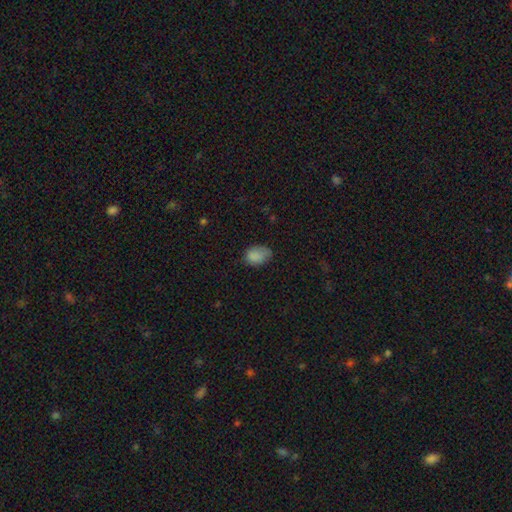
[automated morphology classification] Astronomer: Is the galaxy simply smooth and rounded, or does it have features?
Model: smooth — 84%.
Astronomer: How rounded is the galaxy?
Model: in between — 79%.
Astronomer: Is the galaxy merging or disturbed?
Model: none — 56% (runner-up: minor disturbance, 33%).